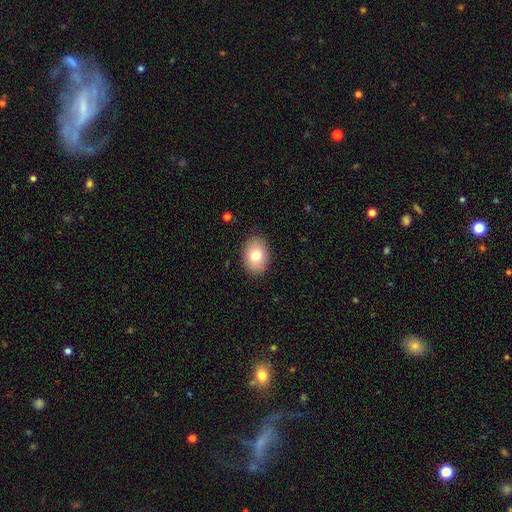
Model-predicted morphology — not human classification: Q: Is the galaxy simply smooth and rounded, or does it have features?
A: smooth — 76%.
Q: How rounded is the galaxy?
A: in between — 76%.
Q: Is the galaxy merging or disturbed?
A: none — 87%.